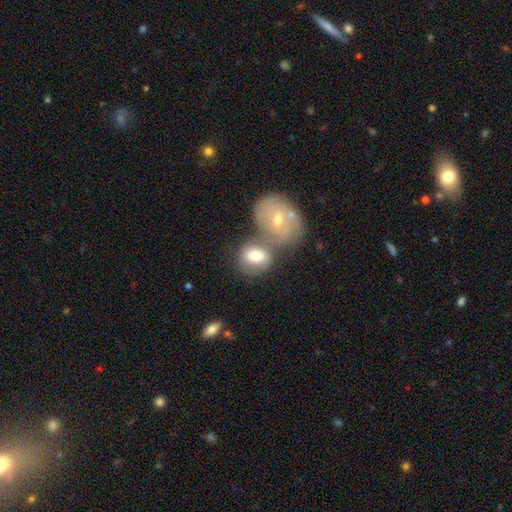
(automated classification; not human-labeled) smooth 59%, featured or disk 35%, star or artifact 7%. Down the decision tree: how rounded — round (53%); merging — merger (52%).